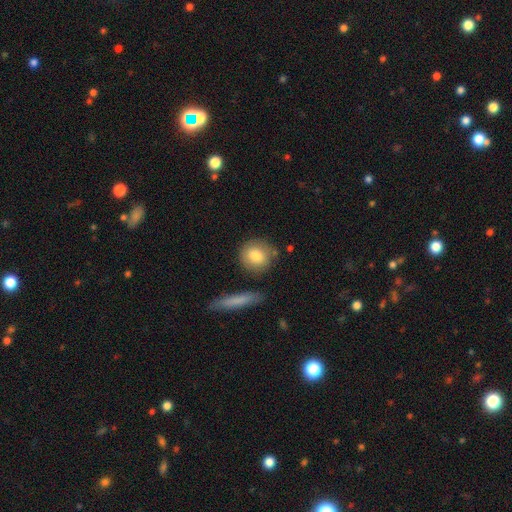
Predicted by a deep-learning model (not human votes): smooth-or-featured: smooth: 82% | featured or disk: 12% | star or artifact: 6%
  how-rounded: round: 84% | in between: 14% | cigar-shaped: 3%
  merging: none: 76% | minor disturbance: 13% | merger: 7% | major disturbance: 4%